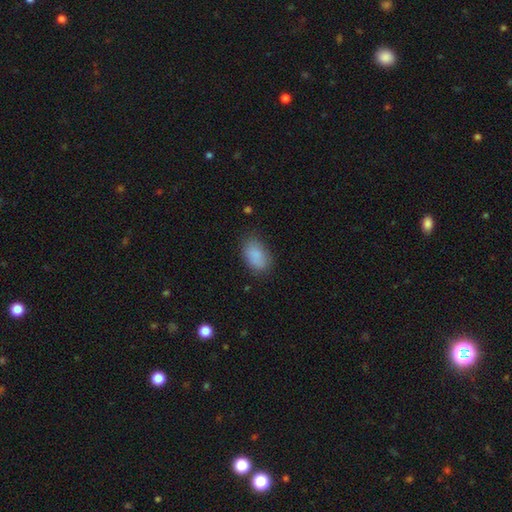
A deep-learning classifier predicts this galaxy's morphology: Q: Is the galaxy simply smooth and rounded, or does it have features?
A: smooth — 87%.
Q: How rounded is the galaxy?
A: in between — 90%.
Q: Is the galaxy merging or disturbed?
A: none — 75%.